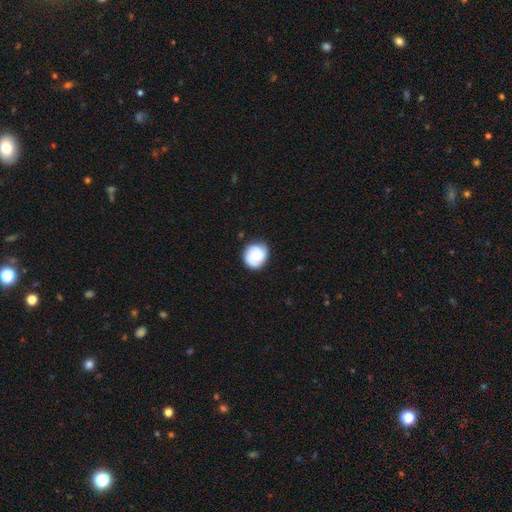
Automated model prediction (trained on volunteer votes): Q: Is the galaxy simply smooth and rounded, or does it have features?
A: smooth — 51%.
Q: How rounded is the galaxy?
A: round — 82%.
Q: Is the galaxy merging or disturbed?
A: none — 78%.